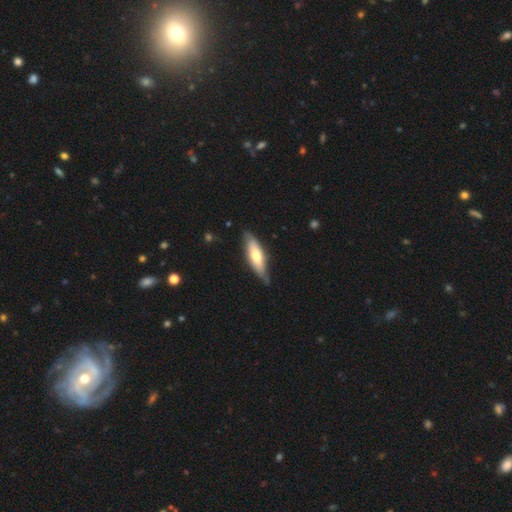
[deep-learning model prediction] This is possibly a smooth galaxy (56%). How rounded: possibly cigar-shaped (54%). Merging: likely none (71%).